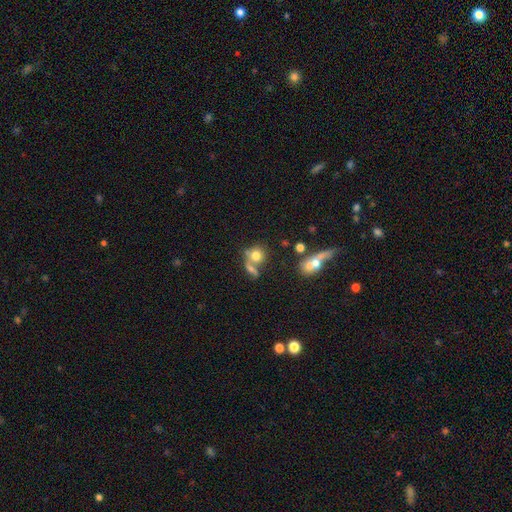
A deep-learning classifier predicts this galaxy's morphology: Smooth or featured?
  - smooth: 71% *
  - featured or disk: 16%
  - star or artifact: 12%
How rounded?
  - round: 76% *
  - in between: 21%
  - cigar-shaped: 2%
Merging?
  - merger: 41% *
  - none: 40%
  - minor disturbance: 11%
  - major disturbance: 9%